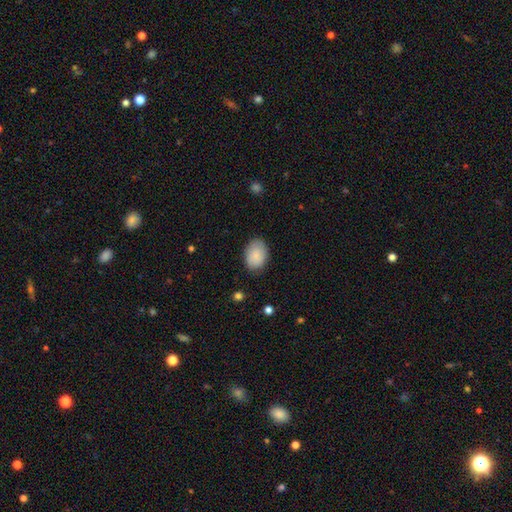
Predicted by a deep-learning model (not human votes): Morphology: type=smooth (87%); roundness=in between (81%); merging=none (82%).